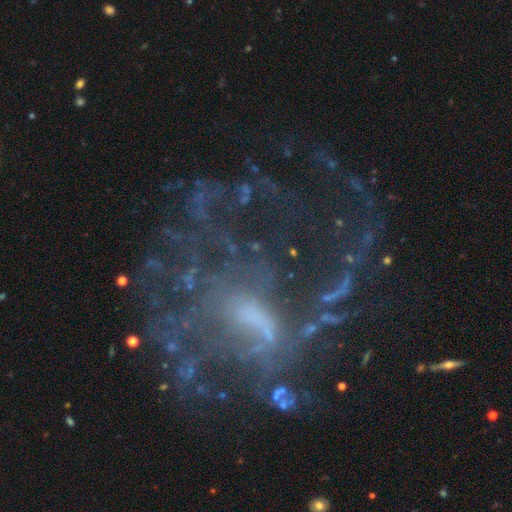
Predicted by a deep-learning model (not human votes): Smooth or featured? featured or disk (71%)
Edge-on disk? no (96%)
Bar? no (51%)
Spiral arms? yes (52%)
Bulge size? small (40%)
Merging? none (42%)